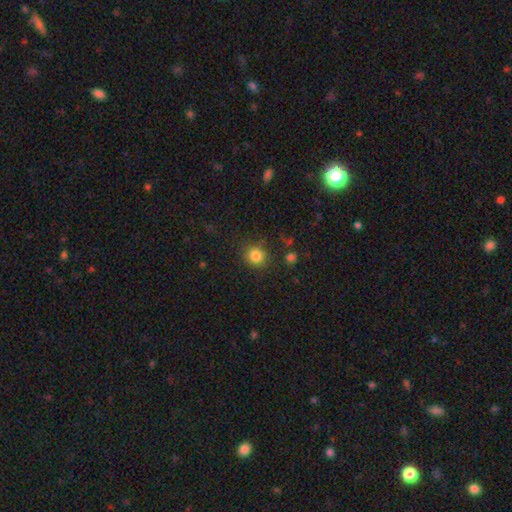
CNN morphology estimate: Smooth or featured?
  - smooth: 83% *
  - star or artifact: 12%
  - featured or disk: 5%
How rounded?
  - round: 87% *
  - in between: 12%
  - cigar-shaped: 1%
Merging?
  - none: 86% *
  - minor disturbance: 9%
  - major disturbance: 3%
  - merger: 3%